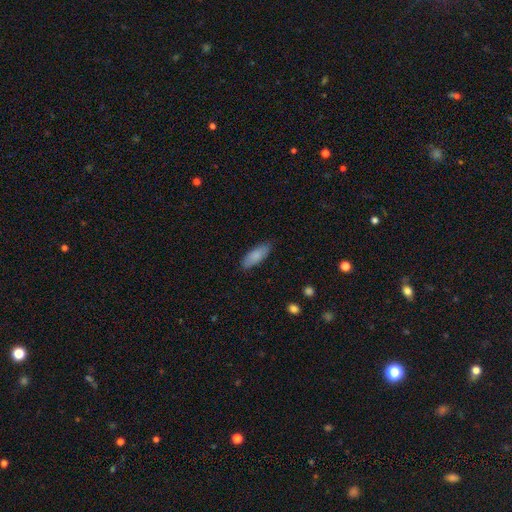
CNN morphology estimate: type=smooth (85%); roundness=in between (71%); merging=none (82%).